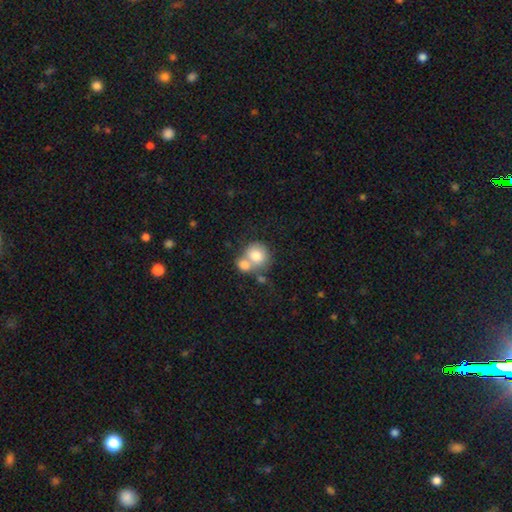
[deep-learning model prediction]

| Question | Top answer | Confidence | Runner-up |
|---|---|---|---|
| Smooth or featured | smooth | 77% | featured or disk (15%) |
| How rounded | round | 80% | in between (19%) |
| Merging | merger | 55% | none (32%) |